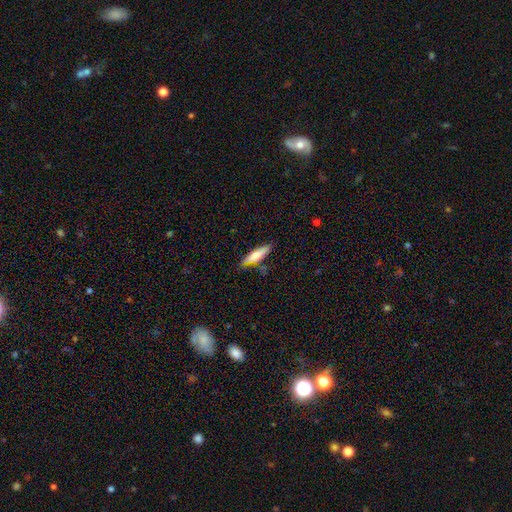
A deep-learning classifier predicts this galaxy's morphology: This is likely a smooth galaxy (67%). How rounded: likely cigar-shaped (75%). Merging: likely none (75%).